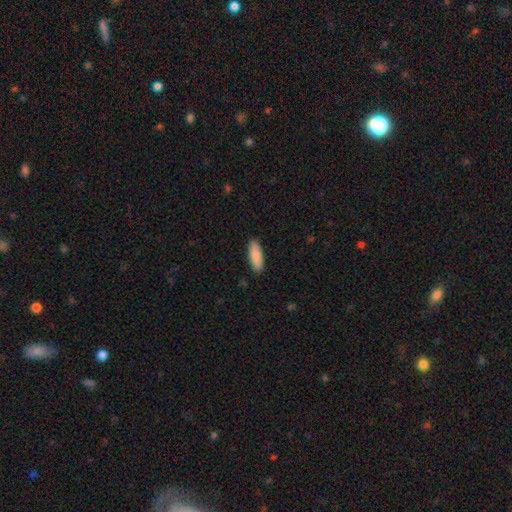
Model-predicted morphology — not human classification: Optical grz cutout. It shows a smooth galaxy with no disk features (89%) that is in between round and cigar-shaped (57%). Merging: none (90%).